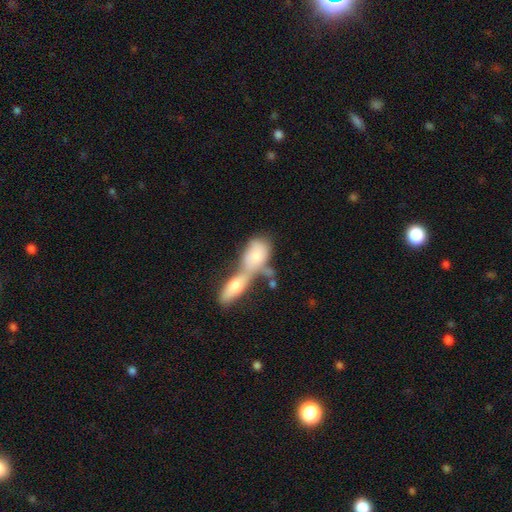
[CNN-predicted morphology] Smooth or featured: smooth — 71% (featured or disk — 23%)
How rounded: in between — 81% (round — 12%)
Merging: merger — 68% (none — 18%)